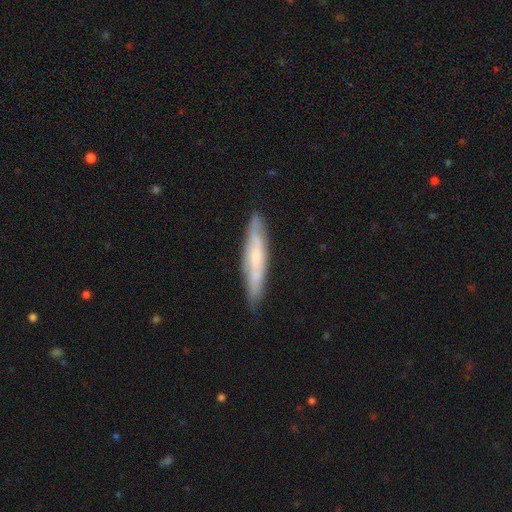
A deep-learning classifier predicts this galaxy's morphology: Smooth or featured?
  - featured or disk: 51% *
  - smooth: 43%
  - star or artifact: 6%
Edge-on disk?
  - yes: 67% *
  - no: 33%
Merging?
  - none: 80% *
  - minor disturbance: 15%
  - major disturbance: 3%
  - merger: 2%